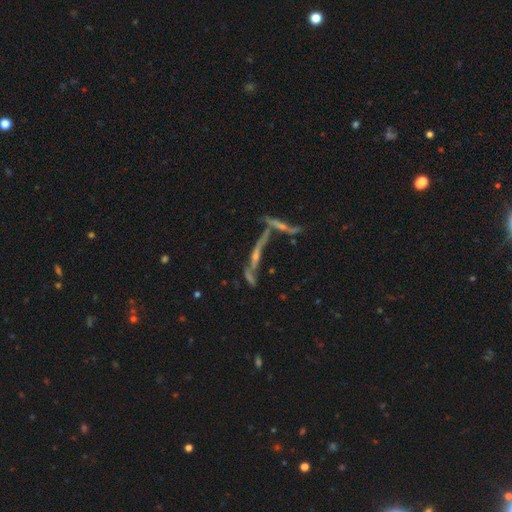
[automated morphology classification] The model was most divided on "merging": none: 39%, merger: 35%, major disturbance: 14%, minor disturbance: 12%. More confident: edge-on disk — yes (59%); smooth or featured — featured or disk (50%).